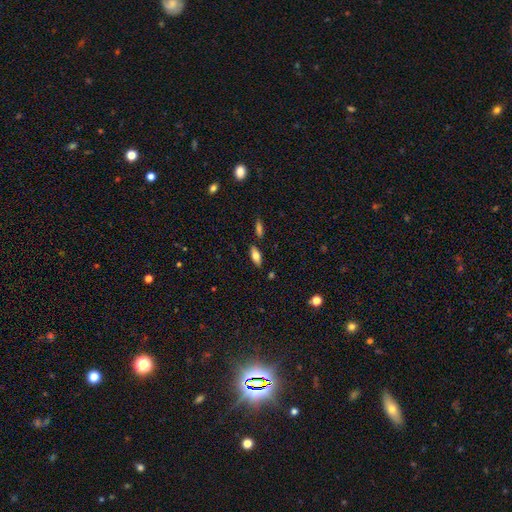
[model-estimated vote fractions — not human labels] smooth 69%, featured or disk 23%, star or artifact 8%. Down the decision tree: how rounded — in between (80%); merging — none (81%).